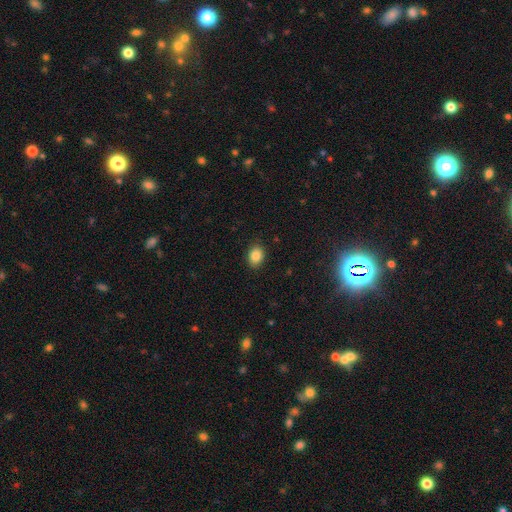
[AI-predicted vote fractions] Smooth or featured?
  - smooth: 86% *
  - star or artifact: 9%
  - featured or disk: 5%
How rounded?
  - in between: 63% *
  - round: 36%
  - cigar-shaped: 1%
Merging?
  - none: 88% *
  - minor disturbance: 9%
  - major disturbance: 2%
  - merger: 1%